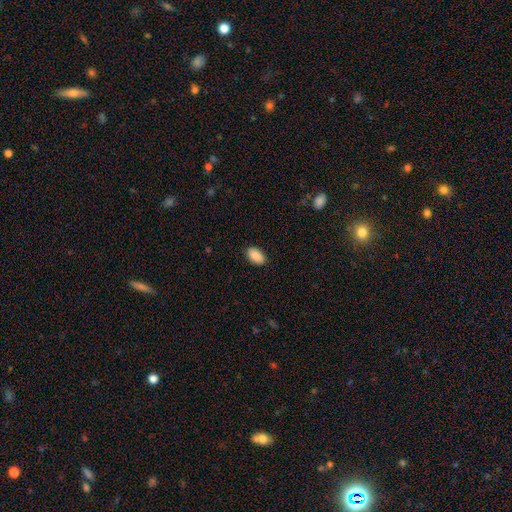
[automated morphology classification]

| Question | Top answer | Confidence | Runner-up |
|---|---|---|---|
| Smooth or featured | smooth | 90% | star or artifact (7%) |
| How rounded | in between | 93% | round (5%) |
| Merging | none | 88% | minor disturbance (9%) |